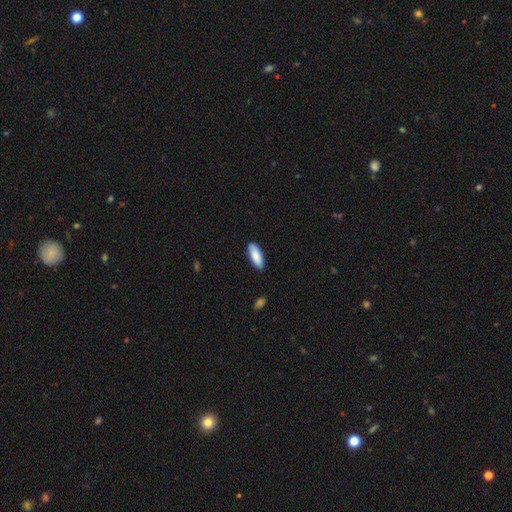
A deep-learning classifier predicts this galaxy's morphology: Overall: smooth (87%). How rounded: in between (67%; cigar-shaped 32%). Merging: none (88%).